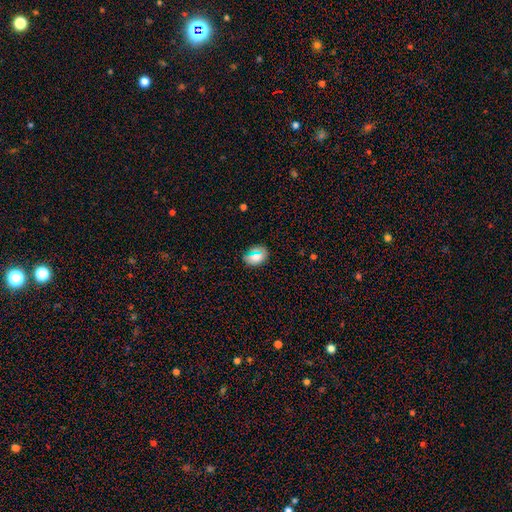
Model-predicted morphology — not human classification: smooth_or_featured: smooth (p=0.70) [alt: star or artifact p=0.19]
how_rounded: in between (p=0.72) [alt: round p=0.25]
merging: none (p=0.81) [alt: minor disturbance p=0.13]